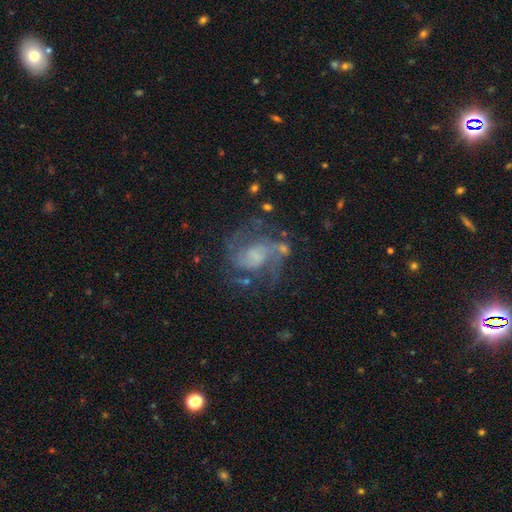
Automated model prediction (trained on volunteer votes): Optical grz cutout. It shows a featured or disk galaxy (83%) with no bar (51%), 2 (67%) medium (54%) spiral arms (94%) and a small central bulge (34%). Merging: none (62%).